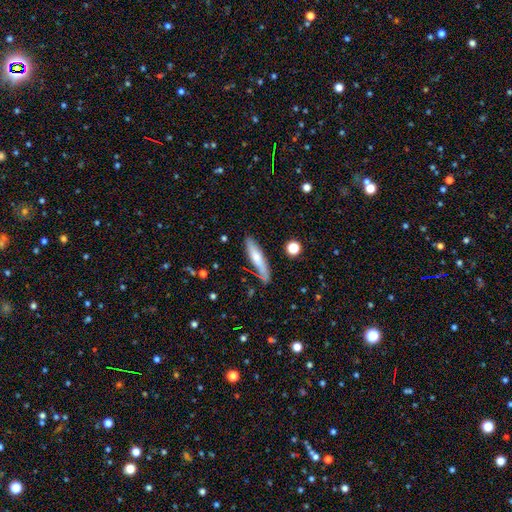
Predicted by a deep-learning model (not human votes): Overall: smooth (60%; featured or disk 33%). How rounded: cigar-shaped (84%). Merging: none (77%).